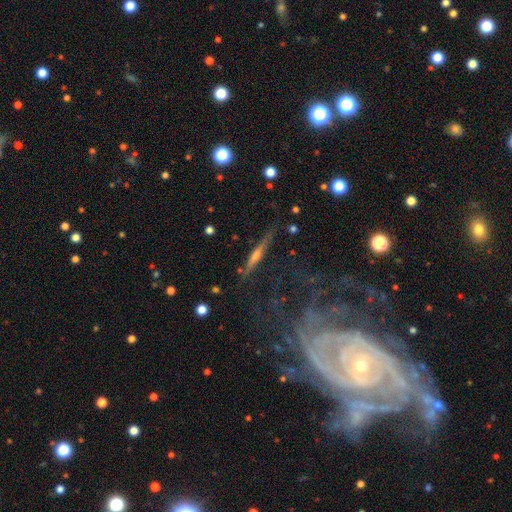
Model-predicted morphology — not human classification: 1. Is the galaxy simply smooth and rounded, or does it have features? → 65% featured or disk, 26% smooth, 9% star or artifact.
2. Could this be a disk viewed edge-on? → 94% yes, 6% no.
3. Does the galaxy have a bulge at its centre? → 70% rounded, 21% none, 9% boxy.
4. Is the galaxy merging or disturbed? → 82% none, 13% minor disturbance, 3% major disturbance, 3% merger.